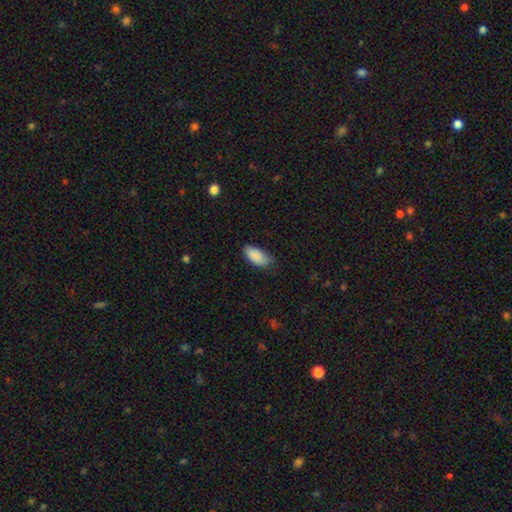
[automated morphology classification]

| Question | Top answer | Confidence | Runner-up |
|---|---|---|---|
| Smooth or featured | smooth | 88% | star or artifact (6%) |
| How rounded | in between | 93% | cigar-shaped (5%) |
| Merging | none | 63% | minor disturbance (30%) |